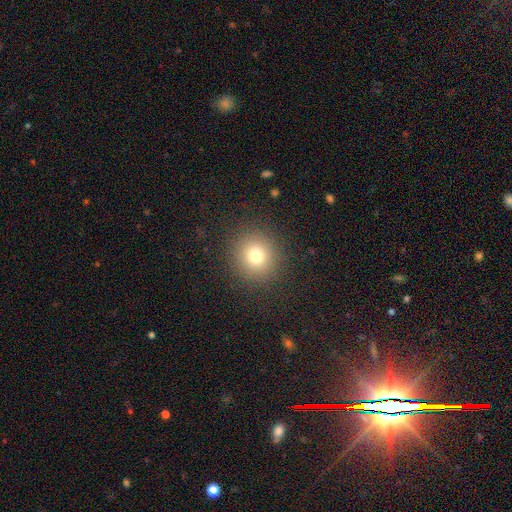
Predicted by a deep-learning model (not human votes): smooth-or-featured: smooth: 75% | star or artifact: 16% | featured or disk: 9%
  how-rounded: round: 92% | in between: 7% | cigar-shaped: 1%
  merging: none: 89% | minor disturbance: 6% | major disturbance: 4% | merger: 1%